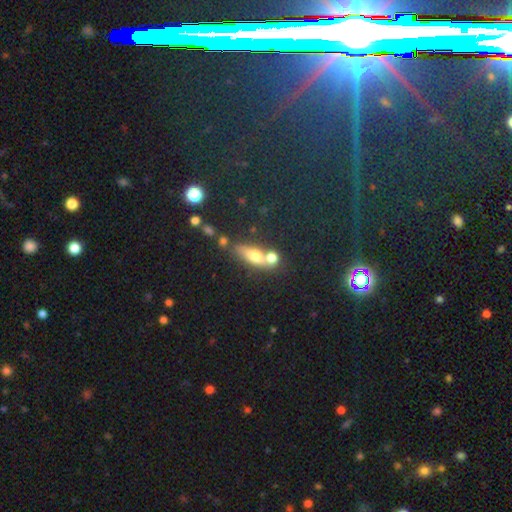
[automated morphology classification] smooth_or_featured: smooth (p=0.63) [alt: featured or disk p=0.24]
how_rounded: in between (p=0.57) [alt: cigar-shaped p=0.29]
merging: none (p=0.43) [alt: merger p=0.38]